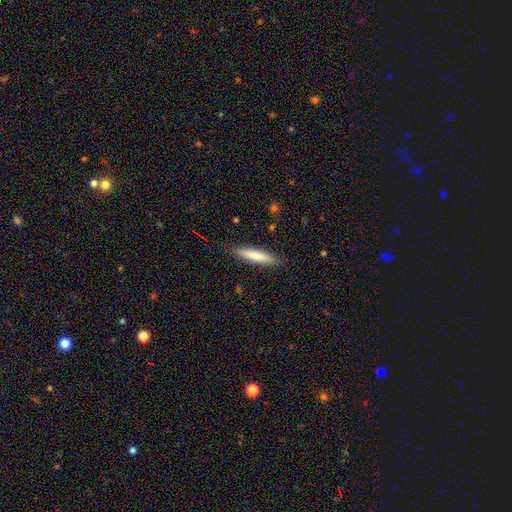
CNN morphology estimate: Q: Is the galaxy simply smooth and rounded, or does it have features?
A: smooth — 73%.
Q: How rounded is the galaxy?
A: cigar-shaped — 85%.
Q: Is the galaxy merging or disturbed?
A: none — 87%.